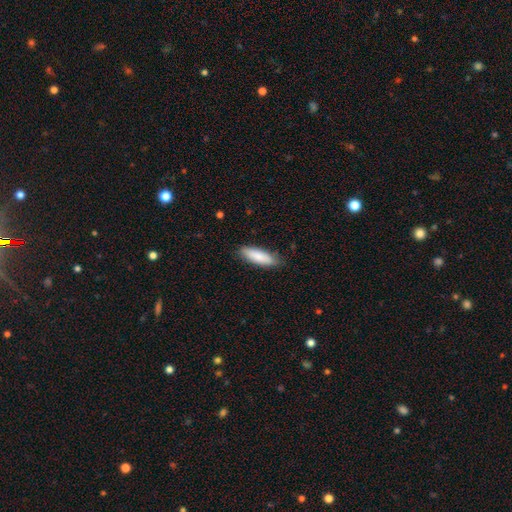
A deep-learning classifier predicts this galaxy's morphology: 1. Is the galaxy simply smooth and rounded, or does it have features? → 85% smooth, 9% featured or disk, 5% star or artifact.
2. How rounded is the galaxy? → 53% in between, 45% cigar-shaped, 2% round.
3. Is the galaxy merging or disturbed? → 83% none, 14% minor disturbance, 2% major disturbance, 1% merger.